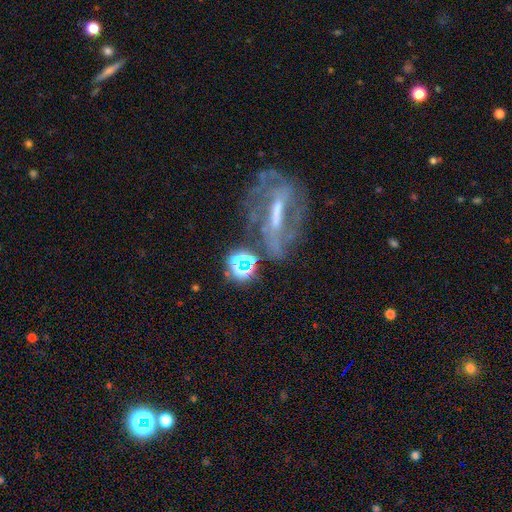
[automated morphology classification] Smooth or featured? featured or disk (67%)
Edge-on disk? no (82%)
Bar? strong (54%)
Spiral arms? yes (73%)
Bulge size? small (62%)
Merging? none (59%)